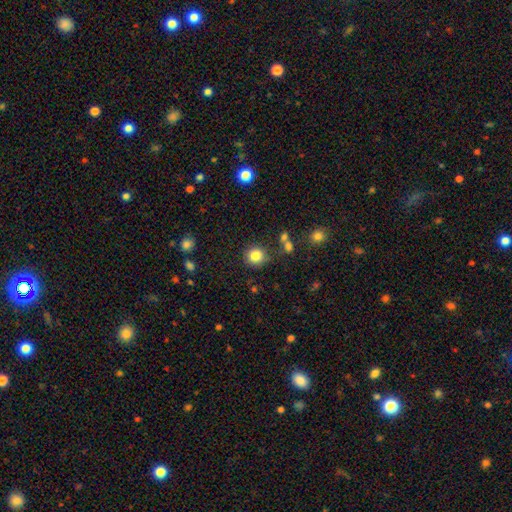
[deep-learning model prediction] This appears to be a smooth galaxy with no disk features (84%) that is round (88%). Merging: none (80%).